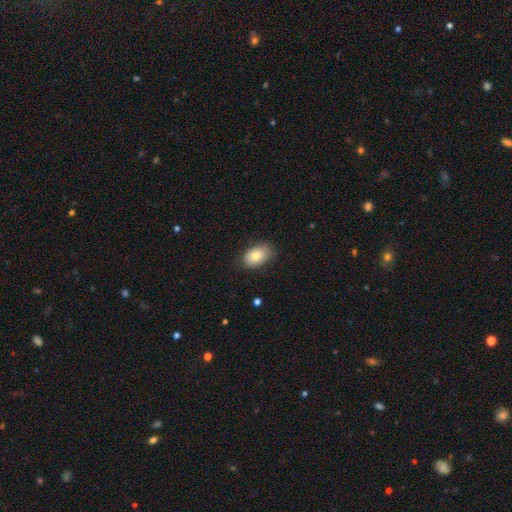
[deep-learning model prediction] Q: Smooth or featured?
A: smooth (80%); runner-up: featured or disk (13%)
Q: How rounded?
A: in between (88%); runner-up: round (11%)
Q: Merging?
A: none (78%); runner-up: minor disturbance (18%)